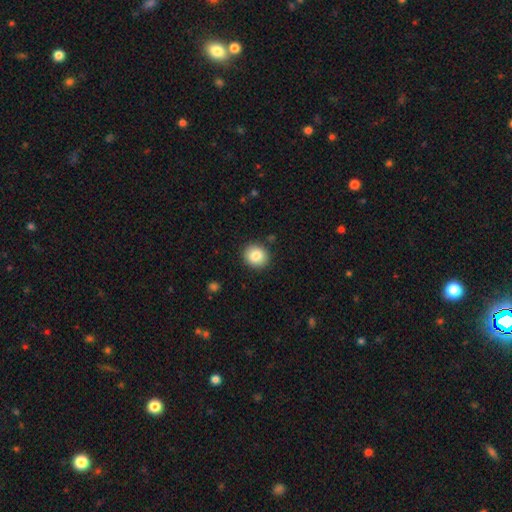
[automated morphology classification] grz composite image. It shows a smooth galaxy with no disk features (84%) that is round (82%). Merging: none (89%).